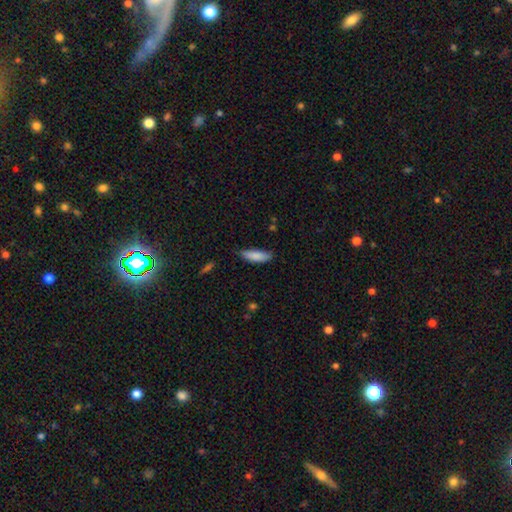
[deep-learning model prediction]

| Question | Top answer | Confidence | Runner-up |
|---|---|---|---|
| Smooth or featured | smooth | 86% | featured or disk (8%) |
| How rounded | in between | 53% | cigar-shaped (46%) |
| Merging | none | 70% | minor disturbance (25%) |